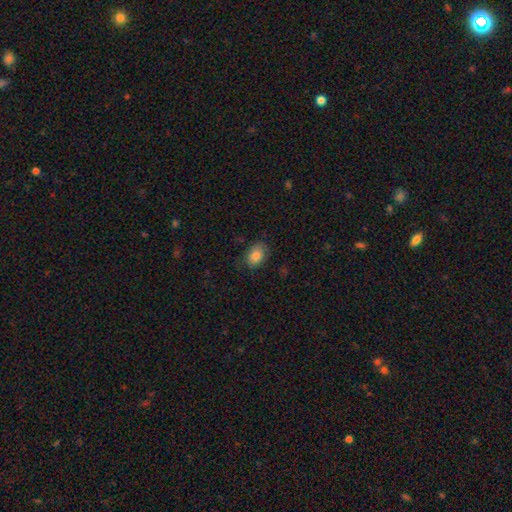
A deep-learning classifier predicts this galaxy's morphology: This is clearly a smooth galaxy (83%). How rounded: clearly in between (82%). Merging: likely none (75%).